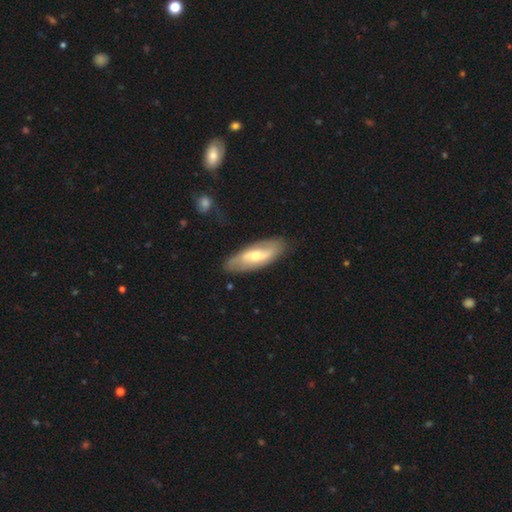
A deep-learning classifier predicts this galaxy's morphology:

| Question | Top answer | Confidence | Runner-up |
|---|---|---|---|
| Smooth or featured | featured or disk | 59% | smooth (36%) |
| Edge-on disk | no | 84% | yes (16%) |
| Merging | none | 81% | minor disturbance (14%) |